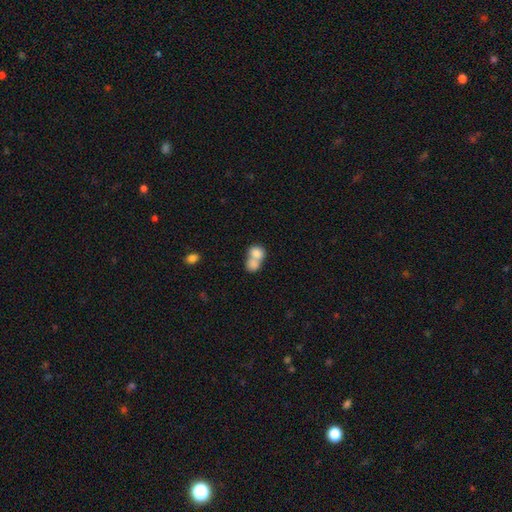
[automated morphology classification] Smooth or featured? Predicted: smooth (p=0.79). How rounded? Predicted: round (p=0.51). Merging? Predicted: merger (p=0.74).